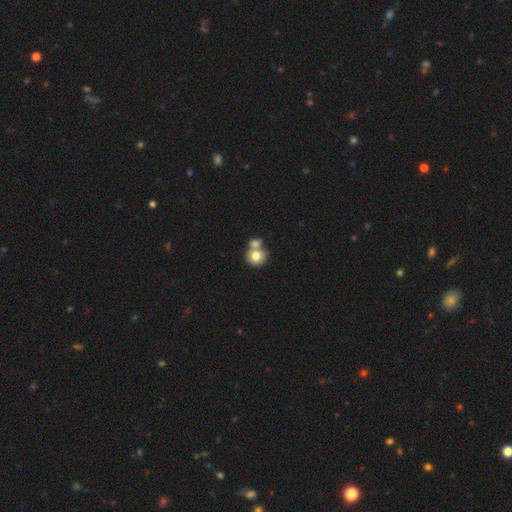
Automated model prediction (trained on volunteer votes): Smooth or featured? smooth (77%)
How rounded? round (84%)
Merging? merger (50%)